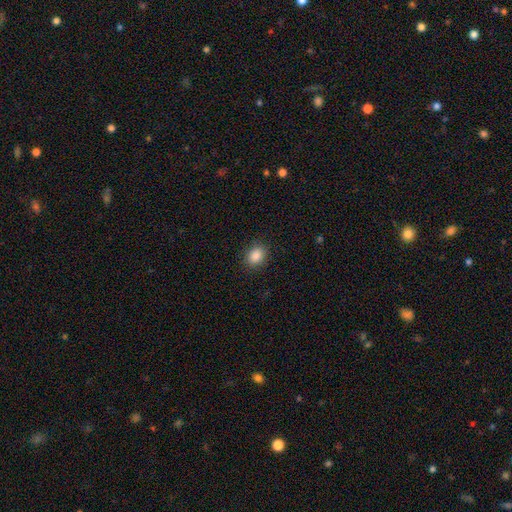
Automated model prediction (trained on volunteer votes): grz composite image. It shows a smooth galaxy with no disk features (87%) that is in between round and cigar-shaped (57%). Merging: none (87%).